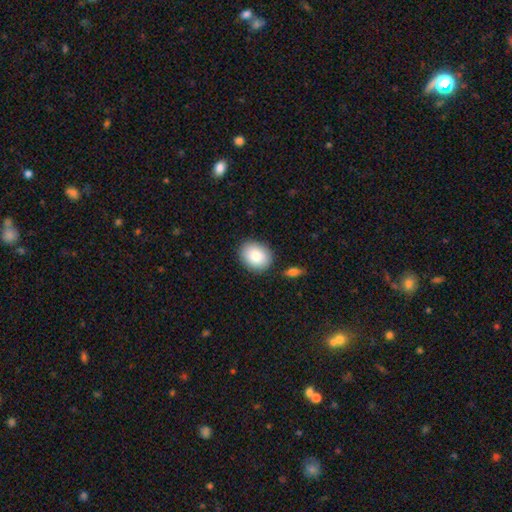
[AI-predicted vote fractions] A smooth galaxy with no disk features (83%) that is in between round and cigar-shaped (52%).

Vote fractions:
- Smooth or featured? smooth: 83% / featured or disk: 9% / star or artifact: 8%
- How rounded? in between: 52% / round: 47% / cigar-shaped: 1%
- Merging? none: 85% / minor disturbance: 9% / merger: 3% / major disturbance: 2%